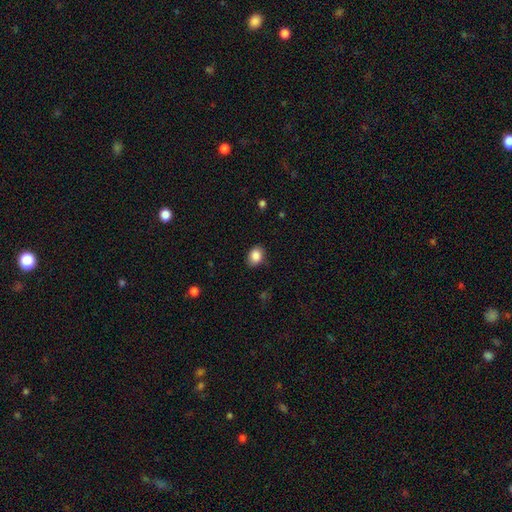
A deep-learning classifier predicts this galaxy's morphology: The model was most divided on "how rounded": in between: 59%, round: 40%, cigar-shaped: 1%. More confident: smooth or featured — smooth (87%); merging — none (79%).